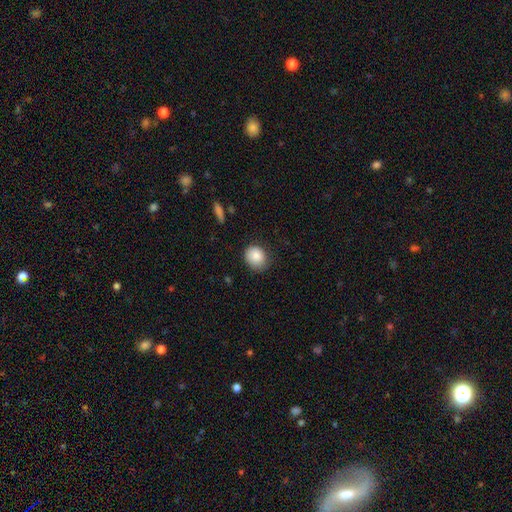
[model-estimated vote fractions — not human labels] A smooth galaxy with no disk features (86%) that is round (65%). Merging: none (74%).